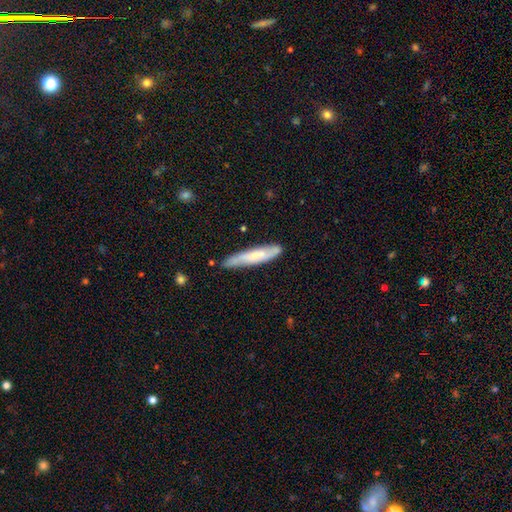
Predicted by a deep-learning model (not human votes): Smooth or featured? smooth (53%)
How rounded? cigar-shaped (88%)
Merging? none (74%)